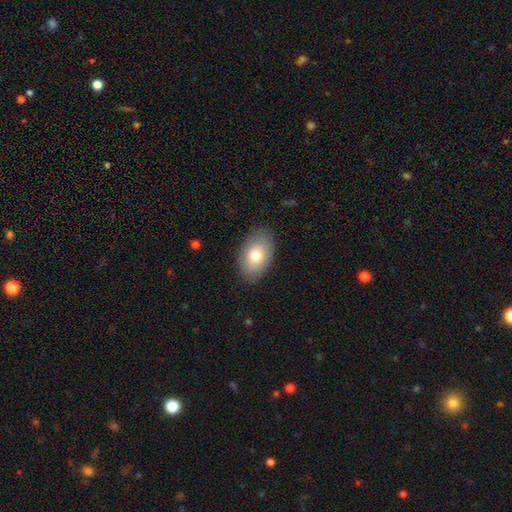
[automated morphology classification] Smooth or featured? smooth (76%)
How rounded? in between (90%)
Merging? none (85%)